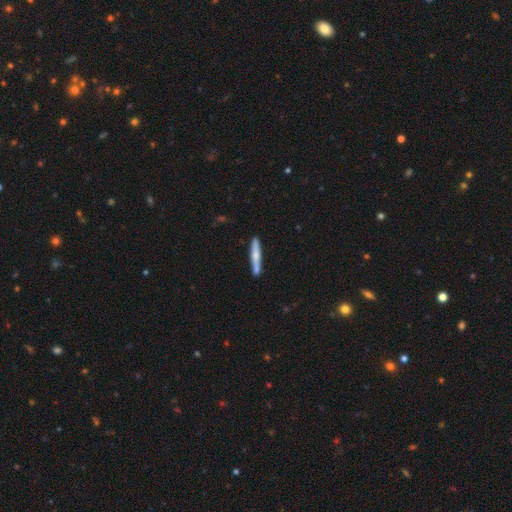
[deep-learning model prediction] The model was most divided on "smooth or featured": smooth: 54%, featured or disk: 41%, star or artifact: 5%. More confident: how rounded — cigar-shaped (93%); merging — none (82%).